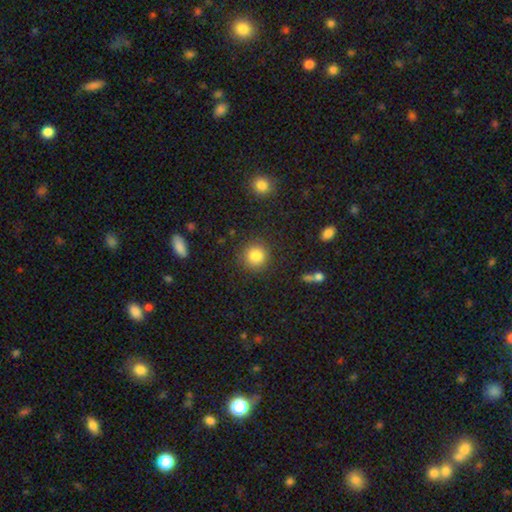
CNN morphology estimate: Smooth or featured? Predicted: smooth (p=0.84). How rounded? Predicted: round (p=0.92). Merging? Predicted: none (p=0.88).